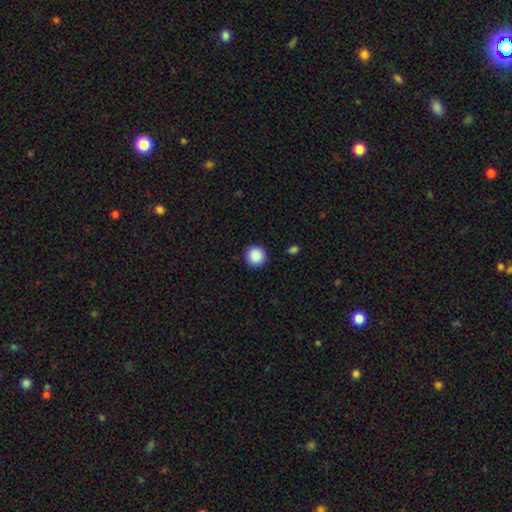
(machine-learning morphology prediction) The model was most divided on "smooth or featured": smooth: 89%, star or artifact: 8%, featured or disk: 3%. More confident: how rounded — round (95%); merging — none (91%).